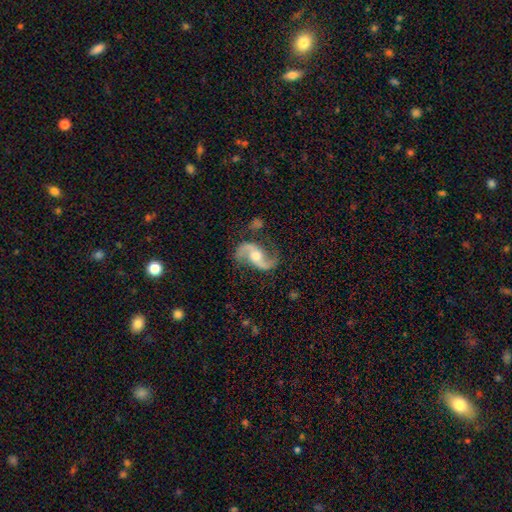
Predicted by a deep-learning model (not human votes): Q: Smooth or featured?
A: featured or disk (92%); runner-up: star or artifact (4%)
Q: Edge-on disk?
A: no (98%); runner-up: yes (2%)
Q: Bar?
A: no (51%); runner-up: weak (35%)
Q: Spiral arms?
A: yes (98%); runner-up: no (2%)
Q: Spiral winding?
A: loose (61%); runner-up: medium (33%)
Q: Spiral arm count?
A: 2 (94%); runner-up: can't tell (1%)
Q: Bulge size?
A: moderate (66%); runner-up: small (20%)
Q: Merging?
A: none (79%); runner-up: minor disturbance (13%)